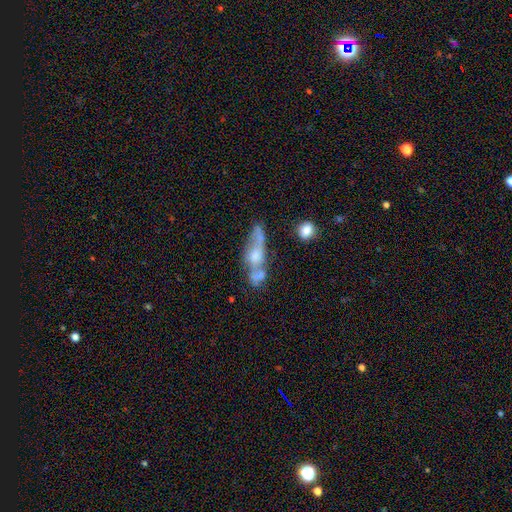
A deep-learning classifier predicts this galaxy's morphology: featured or disk 58%, smooth 28%, star or artifact 14%. Down the decision tree: edge-on disk — no (51%); merging — none (37%).